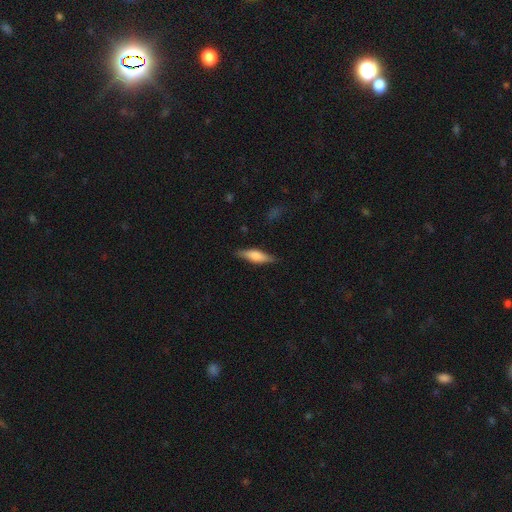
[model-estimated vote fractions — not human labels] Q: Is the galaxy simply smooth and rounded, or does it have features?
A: smooth — 67%.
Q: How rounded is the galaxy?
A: cigar-shaped — 53%.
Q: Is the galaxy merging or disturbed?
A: none — 84%.